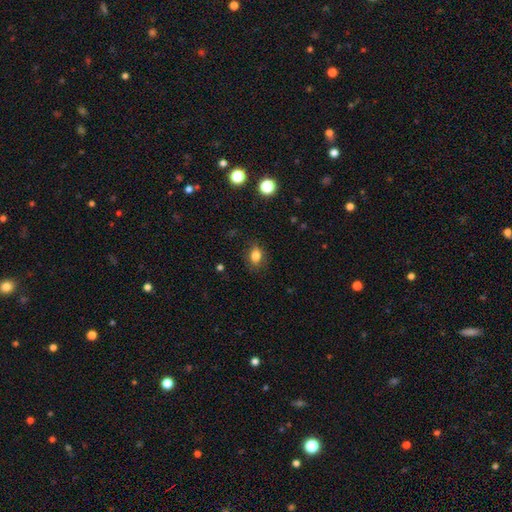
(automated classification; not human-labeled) A smooth galaxy with no disk features (81%) that is in between round and cigar-shaped (72%). Merging: none (80%).